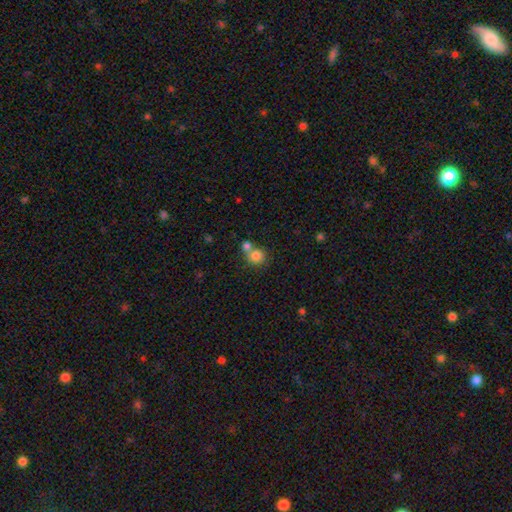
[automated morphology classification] Smooth or featured: smooth — 81% (star or artifact — 10%)
How rounded: round — 85% (in between — 14%)
Merging: merger — 45% (none — 44%)